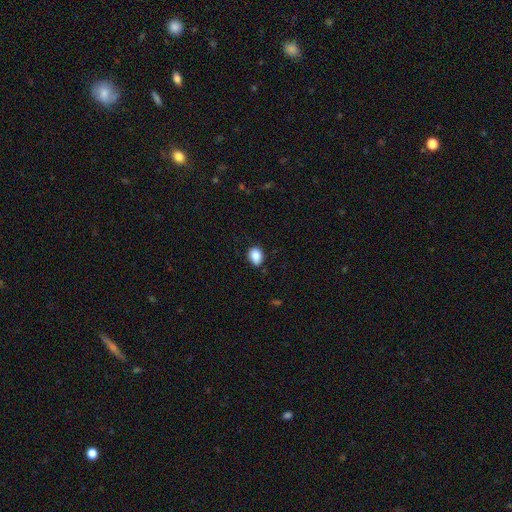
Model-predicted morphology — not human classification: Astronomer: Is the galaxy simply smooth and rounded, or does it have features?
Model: smooth — 85%.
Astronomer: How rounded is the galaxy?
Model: in between — 60% (runner-up: round, 39%).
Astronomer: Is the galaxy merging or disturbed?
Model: none — 78%.